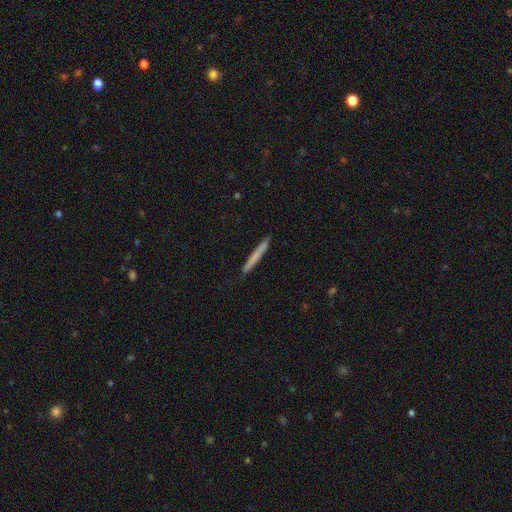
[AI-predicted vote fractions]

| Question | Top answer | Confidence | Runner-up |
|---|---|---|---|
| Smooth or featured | smooth | 68% | featured or disk (27%) |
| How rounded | cigar-shaped | 97% | in between (2%) |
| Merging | none | 89% | minor disturbance (8%) |